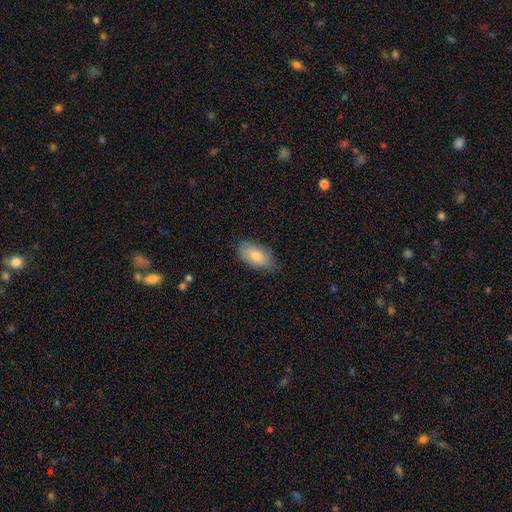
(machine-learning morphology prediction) smooth 79%, featured or disk 14%, star or artifact 7%. Down the decision tree: how rounded — in between (93%); merging — none (77%).